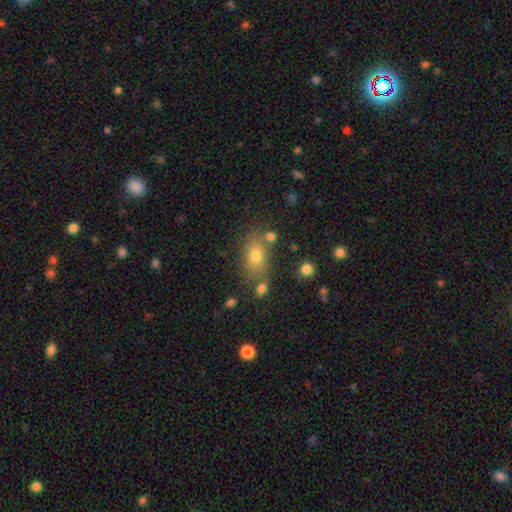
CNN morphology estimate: smooth-or-featured: smooth: 70% | star or artifact: 16% | featured or disk: 14%
  how-rounded: in between: 74% | round: 23% | cigar-shaped: 3%
  merging: none: 73% | minor disturbance: 13% | merger: 10% | major disturbance: 4%